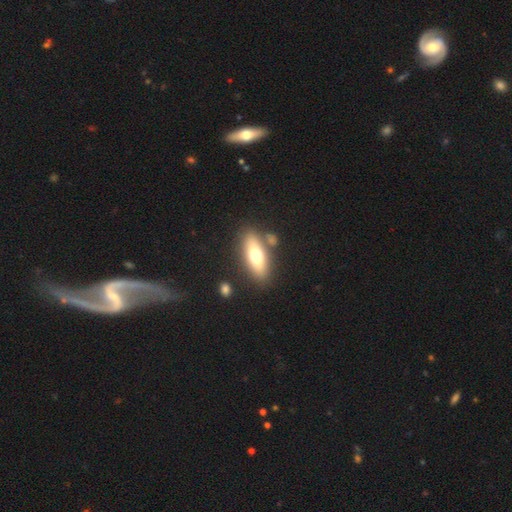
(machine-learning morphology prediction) smooth 62%, featured or disk 31%, star or artifact 7%. Down the decision tree: how rounded — in between (64%); merging — none (75%).